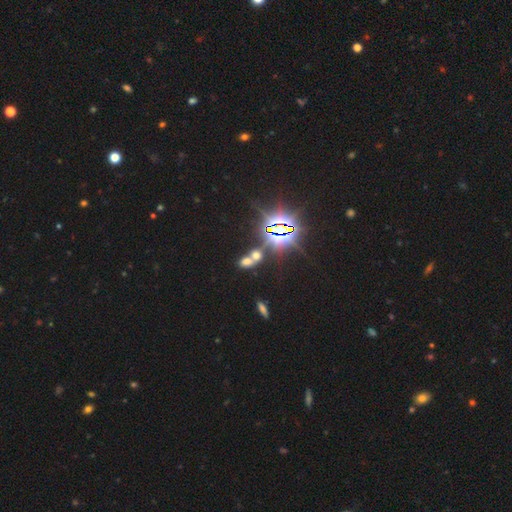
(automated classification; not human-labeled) Overall: star or artifact (44%; smooth 39%).